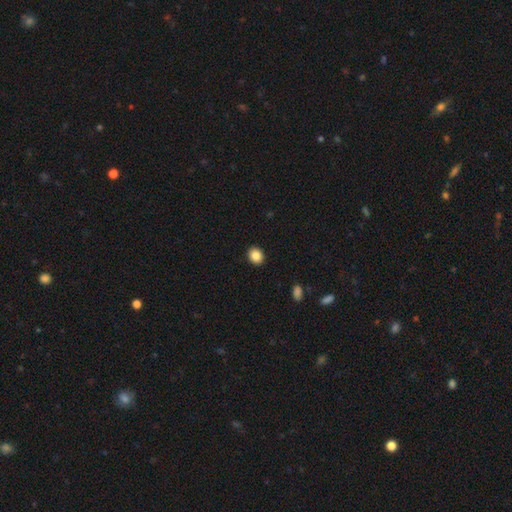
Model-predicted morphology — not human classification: Q: Smooth or featured?
A: smooth (85%); runner-up: star or artifact (9%)
Q: How rounded?
A: round (63%); runner-up: in between (36%)
Q: Merging?
A: none (92%); runner-up: minor disturbance (6%)